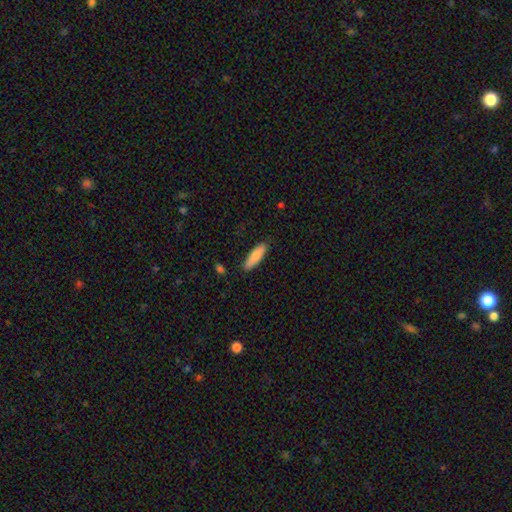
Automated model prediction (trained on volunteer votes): This appears to be a smooth galaxy with no disk features (80%) that is cigar-shaped (58%). Merging: none (87%).